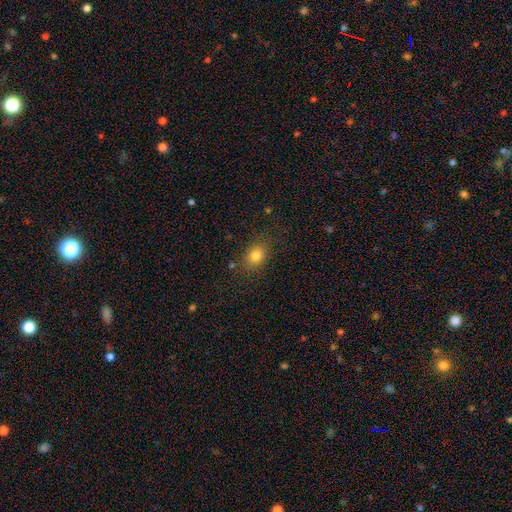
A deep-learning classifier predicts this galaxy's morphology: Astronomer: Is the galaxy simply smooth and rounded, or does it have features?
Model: smooth — 81%.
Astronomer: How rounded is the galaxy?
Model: in between — 59% (runner-up: round, 40%).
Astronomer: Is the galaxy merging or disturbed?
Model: none — 79%.